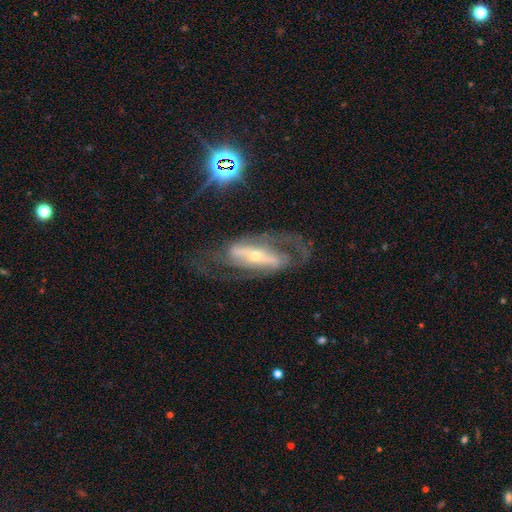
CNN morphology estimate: smooth_or_featured: featured or disk (p=0.85) [alt: smooth p=0.08]
disk_edge_on: no (p=0.90) [alt: yes p=0.10]
bar: strong (p=0.63) [alt: weak p=0.21]
has_spiral_arms: yes (p=0.89) [alt: no p=0.11]
spiral_winding: medium (p=0.49) [alt: tight p=0.26]
spiral_arm_count: 2 (p=0.83) [alt: can't tell p=0.09]
bulge_size: small (p=0.62) [alt: moderate p=0.33]
merging: none (p=0.65) [alt: major disturbance p=0.17]